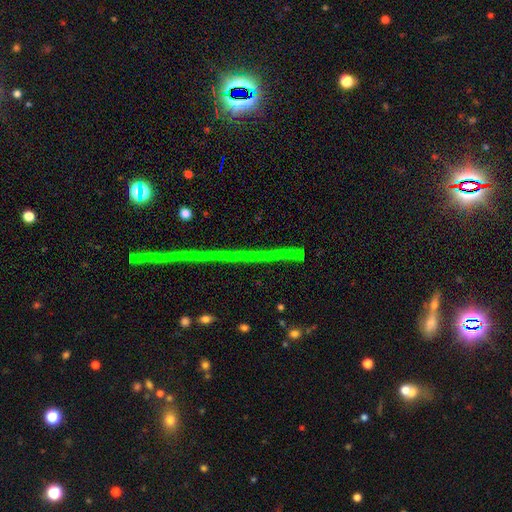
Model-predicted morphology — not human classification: The model was most divided on "smooth or featured": star or artifact: 74%, featured or disk: 16%, smooth: 10%.